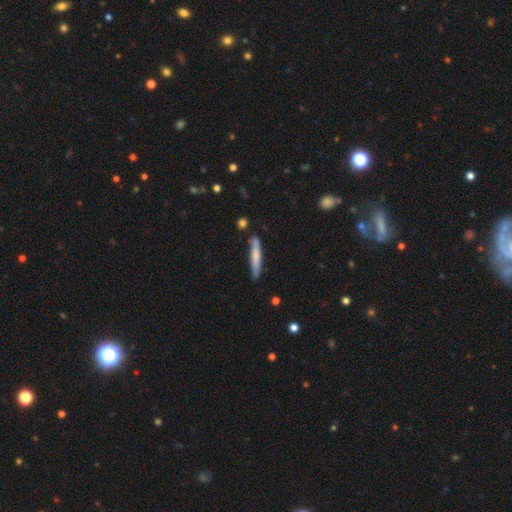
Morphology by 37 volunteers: This appears to be a smooth galaxy with no disk features (73%) that is cigar-shaped (93%). Merging: none (86%).